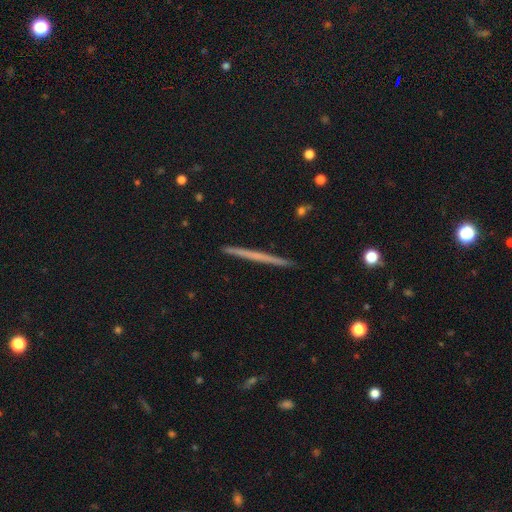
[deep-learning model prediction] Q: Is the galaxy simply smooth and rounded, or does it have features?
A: featured or disk — 53%.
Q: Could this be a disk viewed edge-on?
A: yes — 98%.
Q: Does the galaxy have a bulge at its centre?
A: none — 89%.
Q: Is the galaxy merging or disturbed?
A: none — 92%.